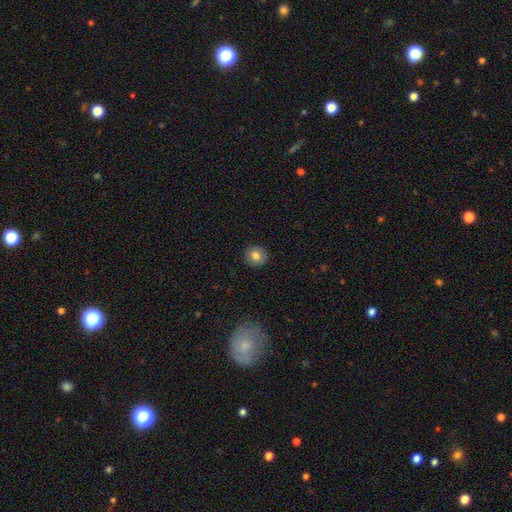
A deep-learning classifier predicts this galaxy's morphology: The model was most divided on "smooth or featured": smooth: 80%, featured or disk: 12%, star or artifact: 9%. More confident: merging — none (90%); how rounded — round (89%).